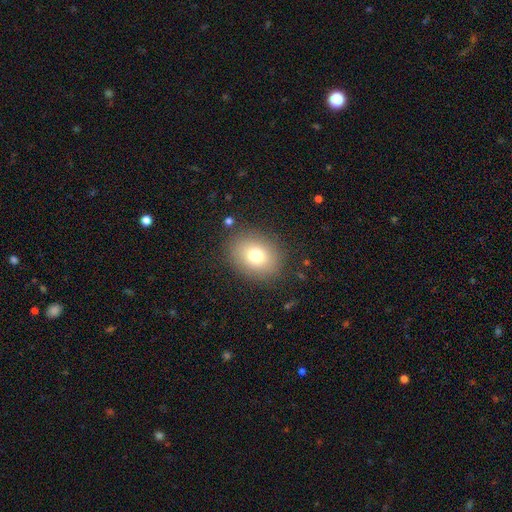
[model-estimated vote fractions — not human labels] Morphology: type=smooth (76%); roundness=in between (51%); merging=none (85%).